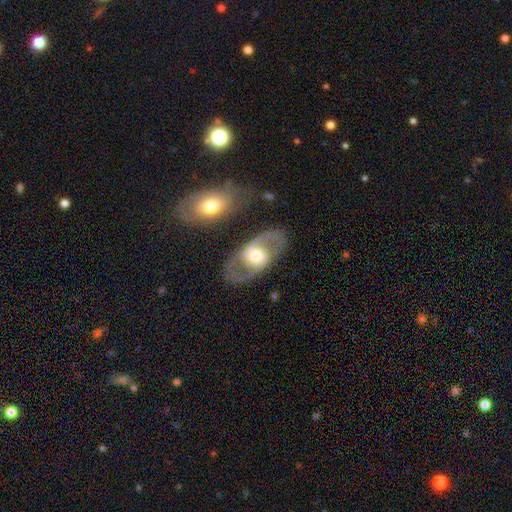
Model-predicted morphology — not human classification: A featured or disk galaxy (75%) with no bar (56%), spiral arms (63%) and a moderate central bulge (62%). Merging: none (78%).